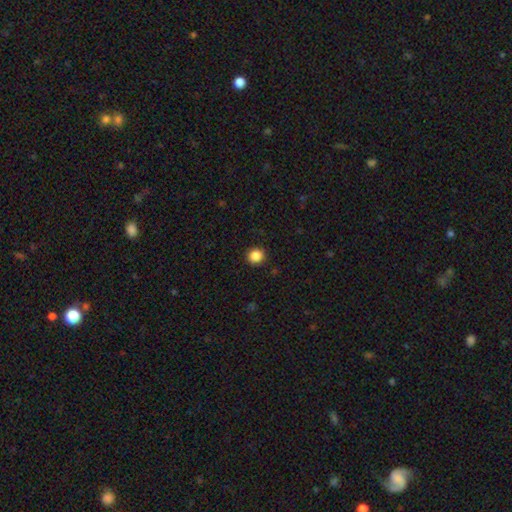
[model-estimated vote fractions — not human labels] smooth_or_featured: smooth (p=0.87) [alt: star or artifact p=0.10]
how_rounded: round (p=0.87) [alt: in between p=0.12]
merging: none (p=0.91) [alt: minor disturbance p=0.06]